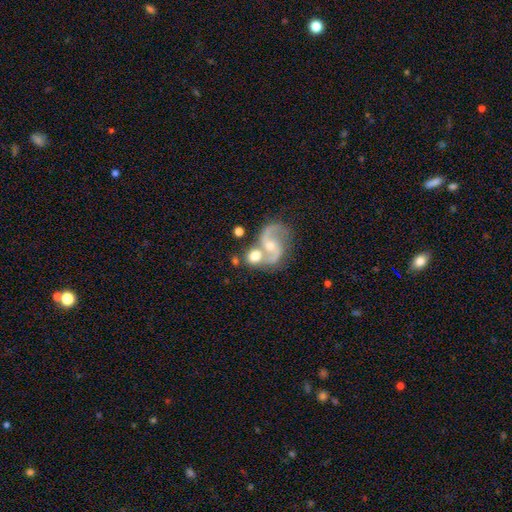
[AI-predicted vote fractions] The model was most divided on "bulge size": moderate: 47%, small: 43%, large: 5%, none: 4%, dominant: 2%. Remaining: edge-on disk — no (97%); spiral arms — yes (92%); spiral arm count — 2 (90%); smooth or featured — featured or disk (72%); spiral winding — loose (57%); bar — no (51%); merging — none (45%).